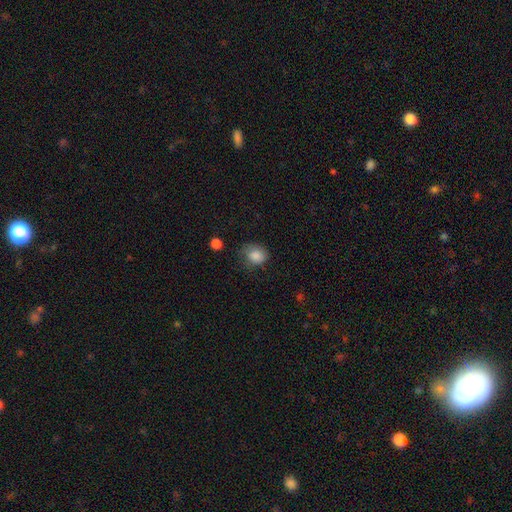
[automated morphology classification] Smooth or featured?
  - smooth: 85% *
  - star or artifact: 9%
  - featured or disk: 7%
How rounded?
  - round: 61% *
  - in between: 38%
  - cigar-shaped: 1%
Merging?
  - none: 56% *
  - minor disturbance: 30%
  - major disturbance: 12%
  - merger: 2%